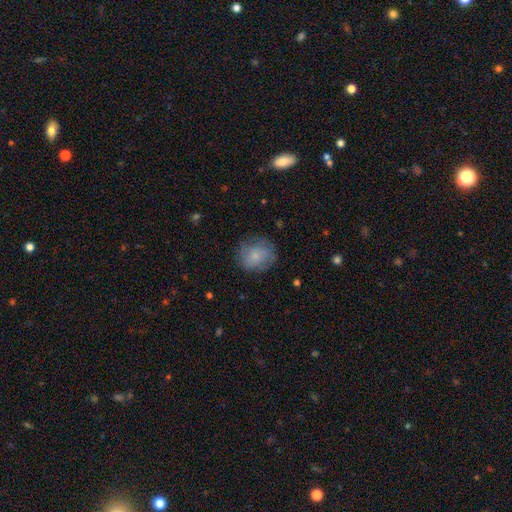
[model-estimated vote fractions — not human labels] This appears to be a smooth galaxy with no disk features (71%) that is round (78%). Merging: none (72%).